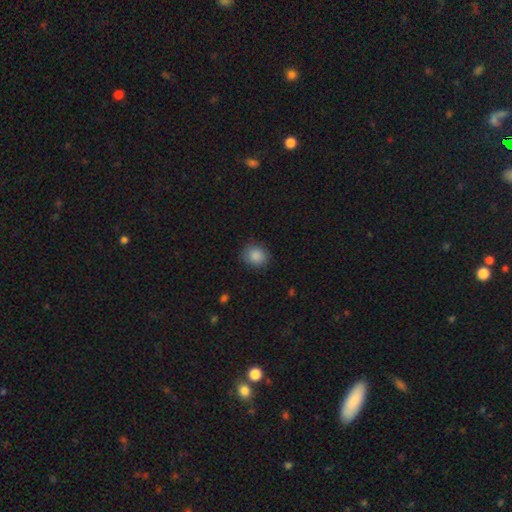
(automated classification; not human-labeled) A smooth galaxy with no disk features (88%) that is round (70%). Merging: none (84%).